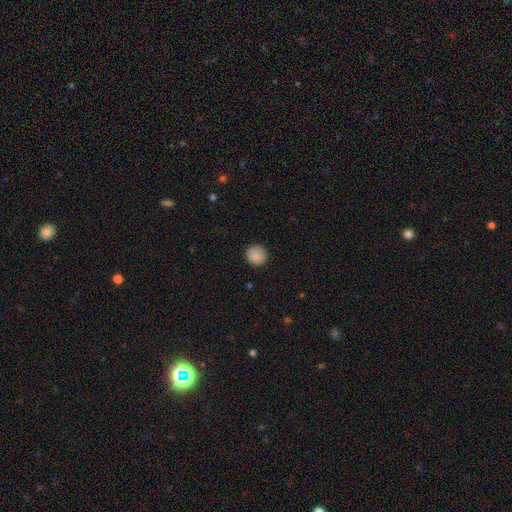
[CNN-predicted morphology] smooth_or_featured: smooth (p=0.87) [alt: star or artifact p=0.08]
how_rounded: round (p=0.90) [alt: in between p=0.09]
merging: none (p=0.88) [alt: minor disturbance p=0.09]